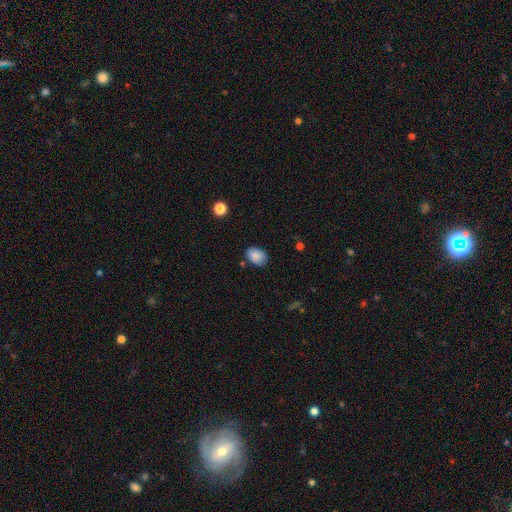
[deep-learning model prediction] This appears to be a smooth galaxy with no disk features (86%) that is in between round and cigar-shaped (81%). Merging: none (75%).